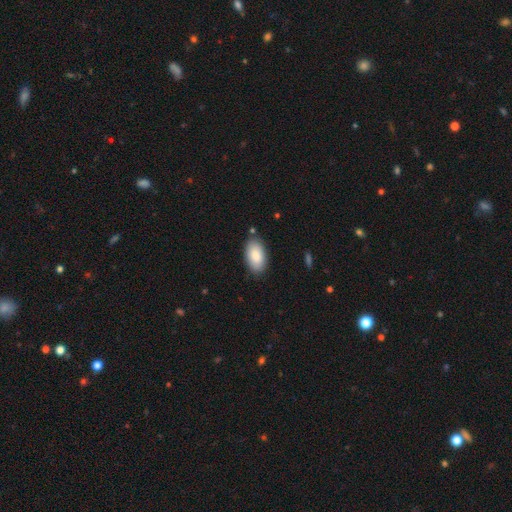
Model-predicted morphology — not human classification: Smooth or featured? smooth (85%)
How rounded? in between (95%)
Merging? none (84%)